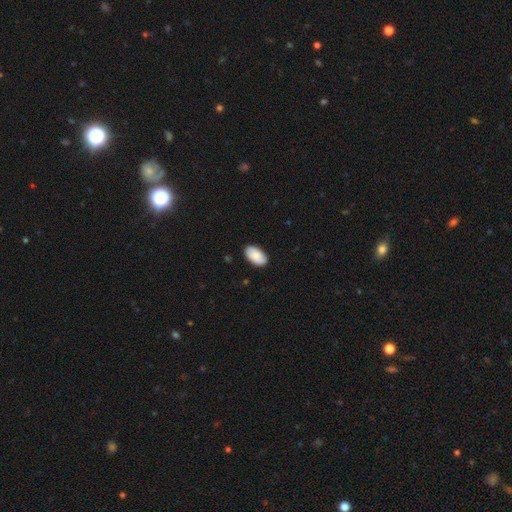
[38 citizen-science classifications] Smooth or featured? 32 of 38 (84%) said smooth. How rounded? 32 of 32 (100%) said in between. Merging? 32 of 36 (89%) said none.